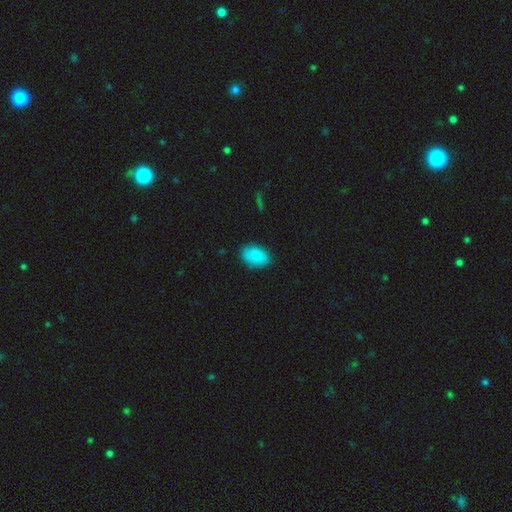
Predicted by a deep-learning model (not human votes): A smooth galaxy with no disk features (88%) that is in between round and cigar-shaped (89%).

Vote fractions:
- Smooth or featured? smooth: 88% / star or artifact: 7% / featured or disk: 5%
- How rounded? in between: 89% / round: 10% / cigar-shaped: 1%
- Merging? none: 81% / minor disturbance: 15% / major disturbance: 3% / merger: 1%